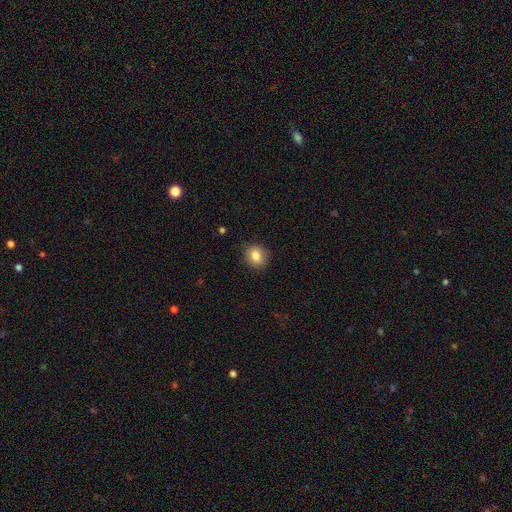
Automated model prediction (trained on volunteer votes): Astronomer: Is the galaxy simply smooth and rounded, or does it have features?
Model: smooth — 83%.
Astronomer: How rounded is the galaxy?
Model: round — 70%.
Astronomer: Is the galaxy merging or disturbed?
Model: none — 88%.